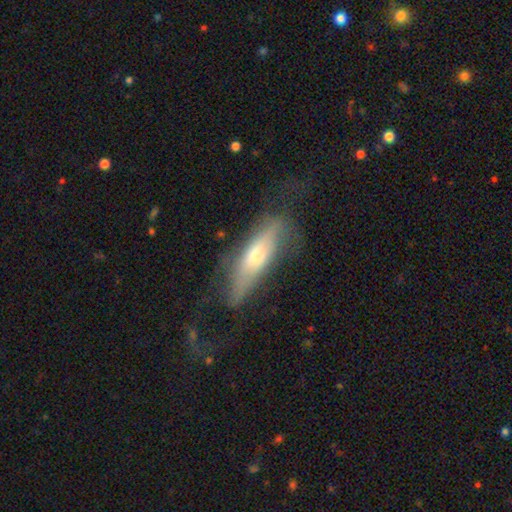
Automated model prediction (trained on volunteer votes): A smooth galaxy with no disk features (49%). Merging: none (53%).